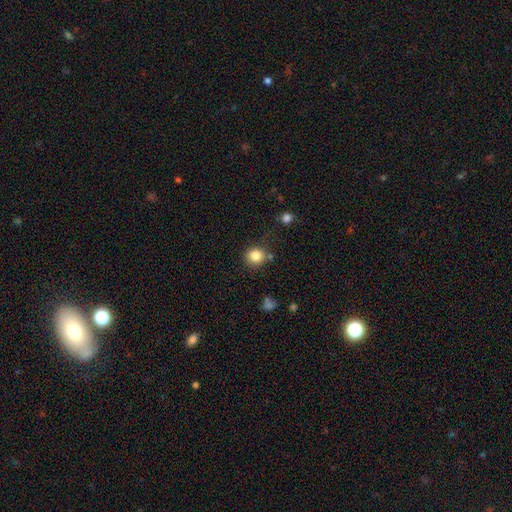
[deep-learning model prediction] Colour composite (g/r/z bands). It shows a smooth galaxy with no disk features (83%) that is round (87%). Merging: none (79%).